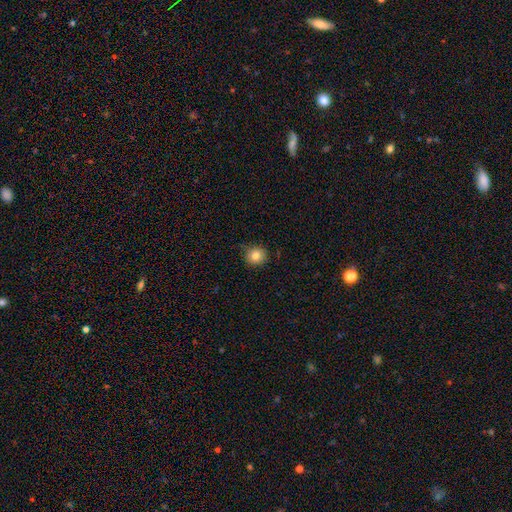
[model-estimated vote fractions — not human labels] A smooth galaxy with no disk features (82%) that is round (91%). Merging: none (82%).